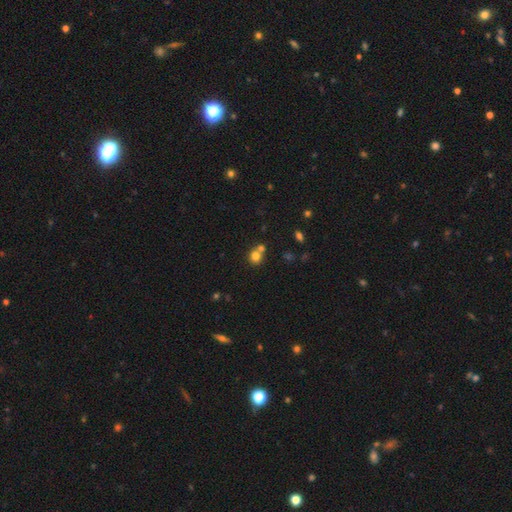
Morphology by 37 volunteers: smooth-or-featured: smooth: 95% | star or artifact: 5% | featured or disk: 0%
  how-rounded: round: 86% | in between: 14% | cigar-shaped: 0%
  merging: none: 54% | merger: 46% | minor disturbance: 0% | major disturbance: 0%